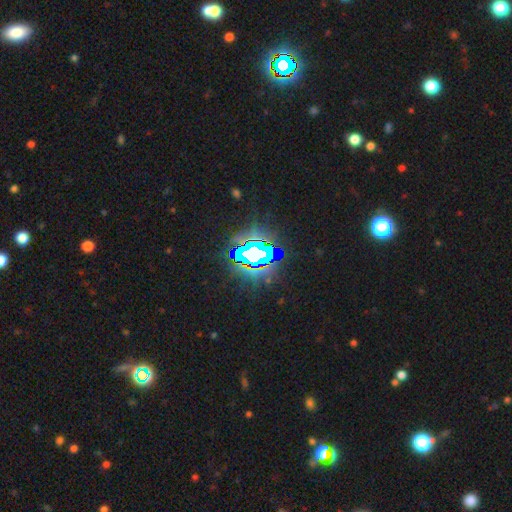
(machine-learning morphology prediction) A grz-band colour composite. It shows a star or artifact, not a galaxy (73%).